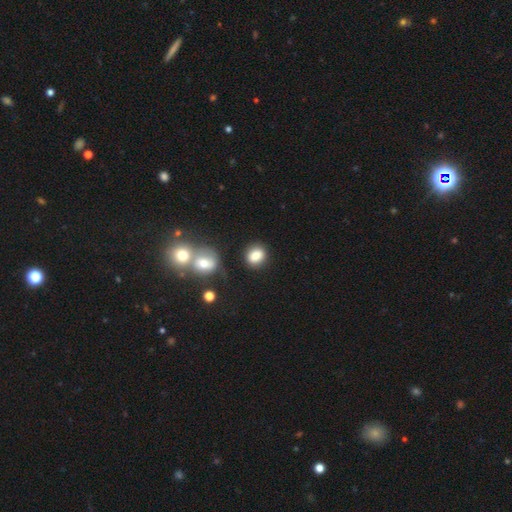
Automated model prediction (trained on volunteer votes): A smooth galaxy with no disk features (83%) that is round (57%). Merging: none (80%).